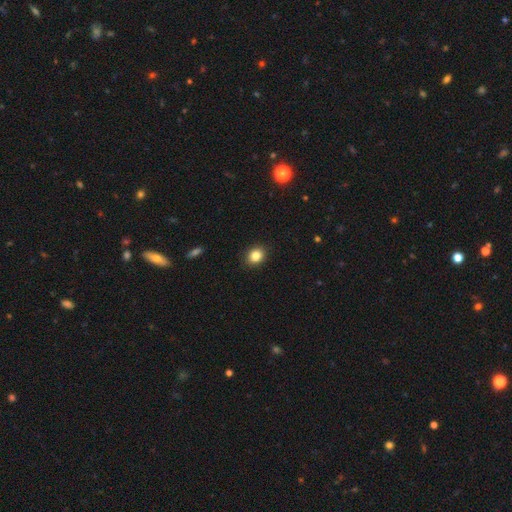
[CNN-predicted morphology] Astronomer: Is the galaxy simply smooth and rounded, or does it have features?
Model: smooth — 84%.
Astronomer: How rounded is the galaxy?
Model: round — 64%.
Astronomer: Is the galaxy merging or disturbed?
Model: none — 89%.